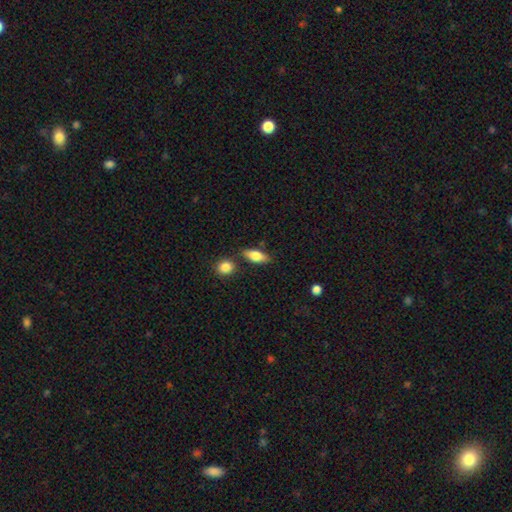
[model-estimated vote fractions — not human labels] Smooth or featured?
  - smooth: 76% *
  - featured or disk: 17%
  - star or artifact: 7%
How rounded?
  - in between: 78% *
  - cigar-shaped: 17%
  - round: 5%
Merging?
  - none: 72% *
  - minor disturbance: 14%
  - merger: 10%
  - major disturbance: 4%